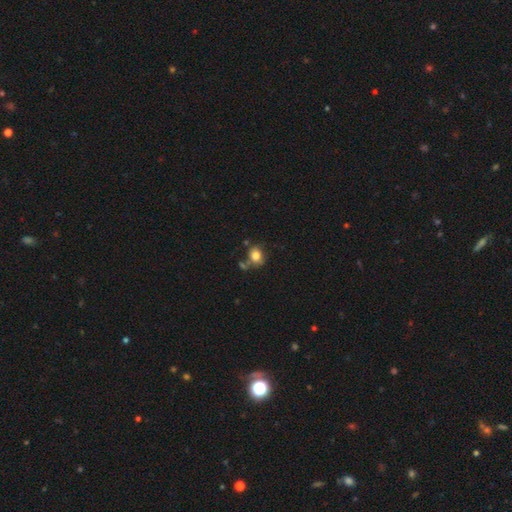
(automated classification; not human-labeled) Q: Smooth or featured?
A: smooth (81%); runner-up: star or artifact (11%)
Q: How rounded?
A: round (55%); runner-up: in between (44%)
Q: Merging?
A: none (59%); runner-up: minor disturbance (18%)